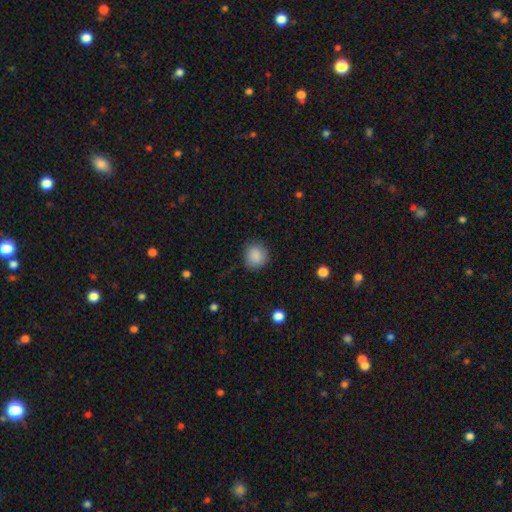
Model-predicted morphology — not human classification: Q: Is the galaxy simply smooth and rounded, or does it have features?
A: smooth — 88%.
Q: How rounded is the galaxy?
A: round — 85%.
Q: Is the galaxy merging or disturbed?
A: none — 85%.